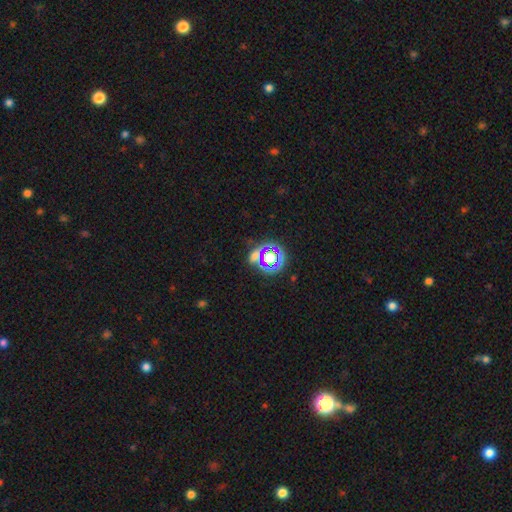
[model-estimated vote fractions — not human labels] Smooth or featured? star or artifact (54%)